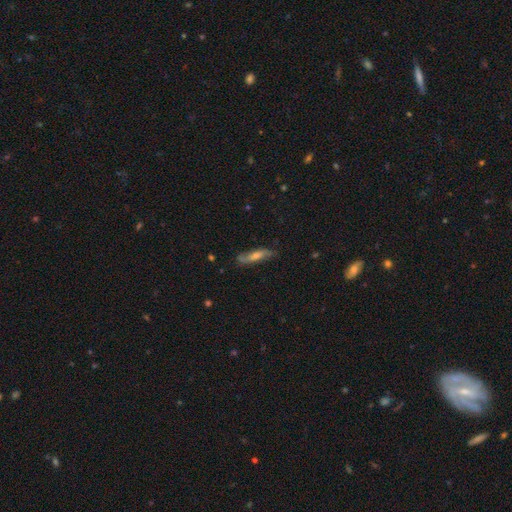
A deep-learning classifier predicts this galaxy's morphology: Smooth or featured? featured or disk (57%)
Edge-on disk? no (52%)
Merging? none (78%)